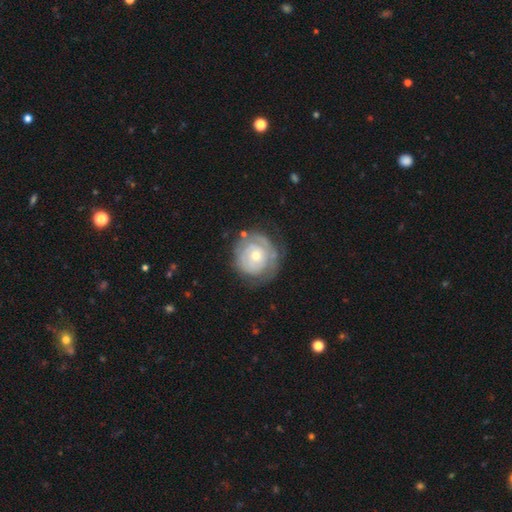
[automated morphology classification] type=featured or disk (66%); edge-on=no (97%); bar=no (84%); spiral arms=yes (65%); bulge=moderate (48%); merging=none (64%).